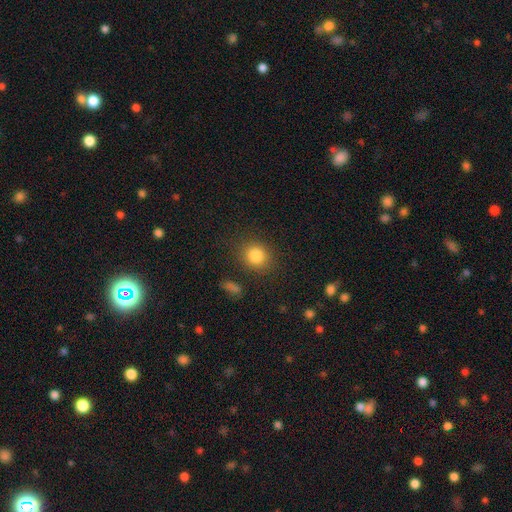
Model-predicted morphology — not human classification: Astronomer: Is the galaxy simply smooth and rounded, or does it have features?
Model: smooth — 84%.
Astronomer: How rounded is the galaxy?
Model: round — 76%.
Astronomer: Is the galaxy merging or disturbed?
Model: none — 83%.